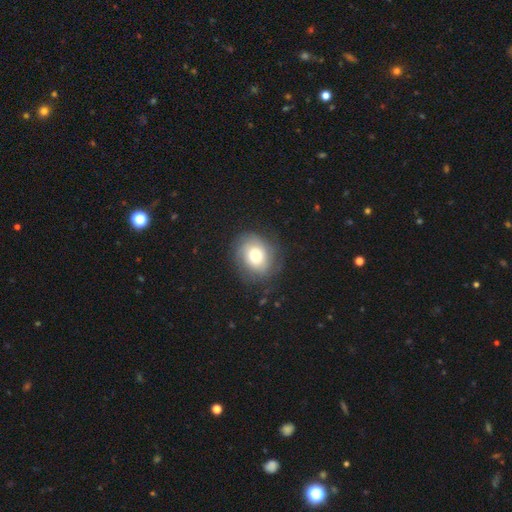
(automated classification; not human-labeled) smooth_or_featured: smooth (p=0.56) [alt: featured or disk p=0.35]
how_rounded: round (p=0.64) [alt: in between p=0.35]
merging: none (p=0.76) [alt: minor disturbance p=0.15]